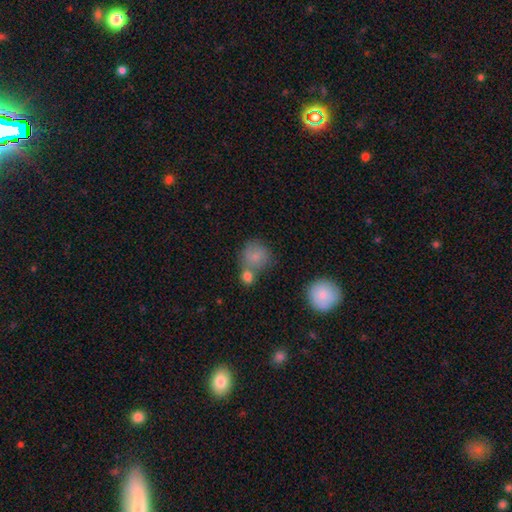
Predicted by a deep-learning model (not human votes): Q: Smooth or featured?
A: smooth (81%); runner-up: featured or disk (11%)
Q: How rounded?
A: round (82%); runner-up: in between (17%)
Q: Merging?
A: none (43%); runner-up: merger (38%)